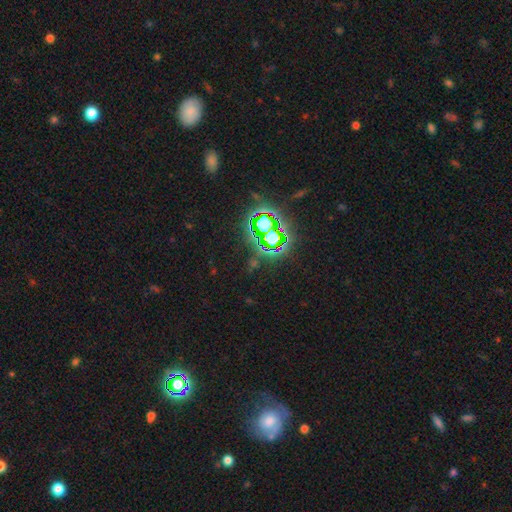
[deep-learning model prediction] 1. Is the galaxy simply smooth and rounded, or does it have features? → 79% star or artifact, 13% smooth, 8% featured or disk.